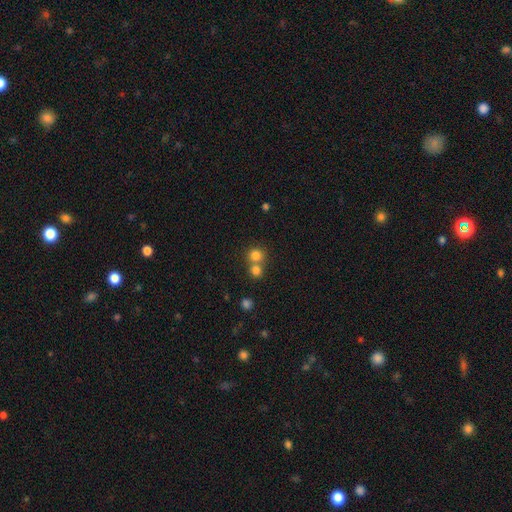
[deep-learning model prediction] Overall: smooth (79%). How rounded: round (87%). Merging: none (50%; merger 41%).